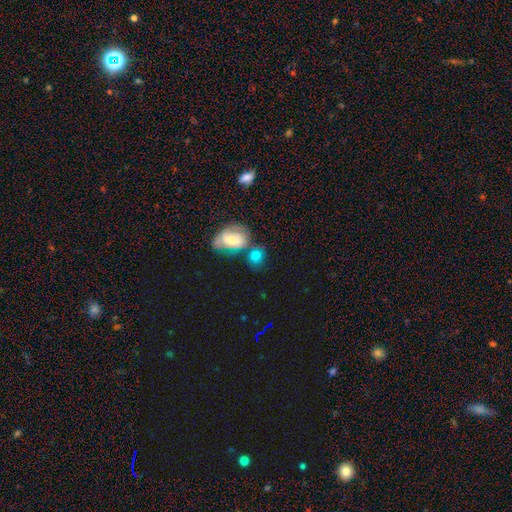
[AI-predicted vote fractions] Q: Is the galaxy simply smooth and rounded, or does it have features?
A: smooth — 73%.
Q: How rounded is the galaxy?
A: round — 58%.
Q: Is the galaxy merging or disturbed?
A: none — 49%.